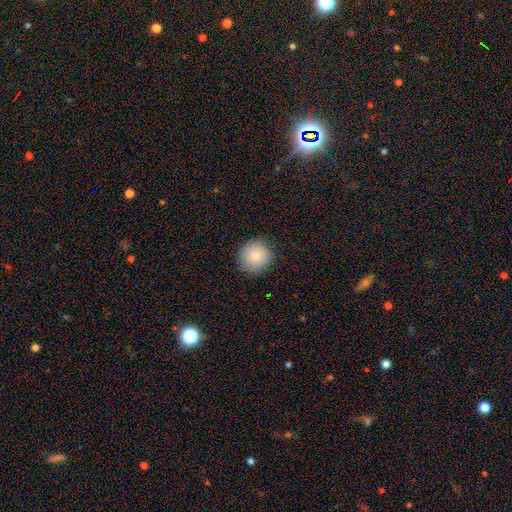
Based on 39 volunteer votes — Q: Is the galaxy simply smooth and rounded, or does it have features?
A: smooth — 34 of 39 (87%).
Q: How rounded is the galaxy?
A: round — 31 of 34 (91%).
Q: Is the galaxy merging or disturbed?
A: none — 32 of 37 (86%).